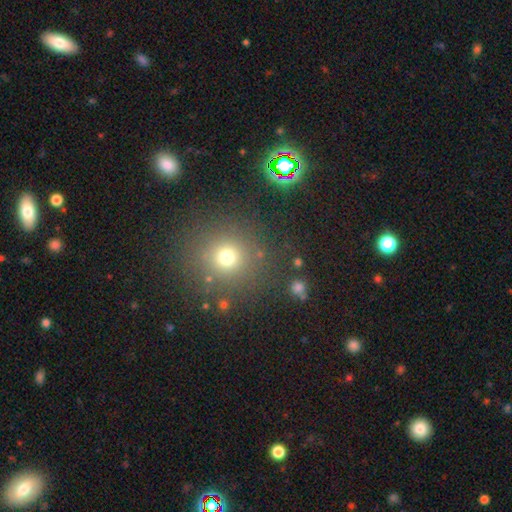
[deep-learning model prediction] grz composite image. It shows a smooth galaxy with no disk features (55%) that is round (92%). Merging: none (87%).